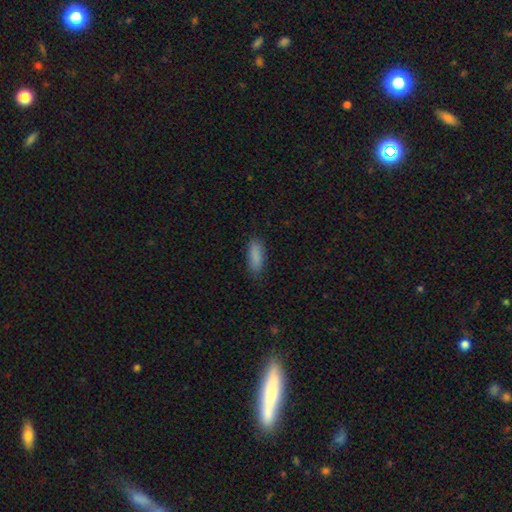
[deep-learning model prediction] Q: Smooth or featured?
A: smooth (88%); runner-up: star or artifact (7%)
Q: How rounded?
A: in between (73%); runner-up: cigar-shaped (25%)
Q: Merging?
A: none (83%); runner-up: minor disturbance (13%)